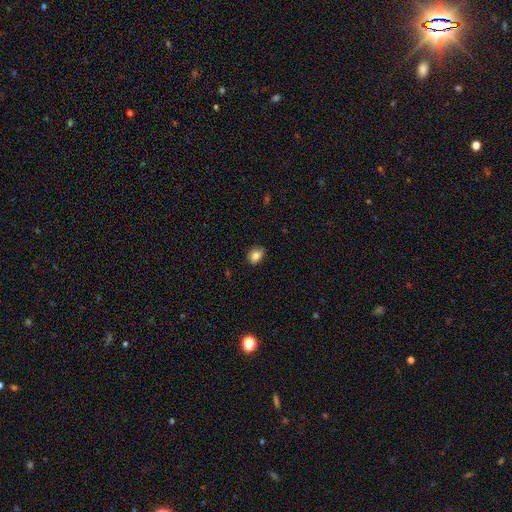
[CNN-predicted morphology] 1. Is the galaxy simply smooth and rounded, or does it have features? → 84% smooth, 9% star or artifact, 7% featured or disk.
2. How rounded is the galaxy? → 57% in between, 41% round, 1% cigar-shaped.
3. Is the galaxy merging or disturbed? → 79% none, 17% minor disturbance, 3% major disturbance, 1% merger.